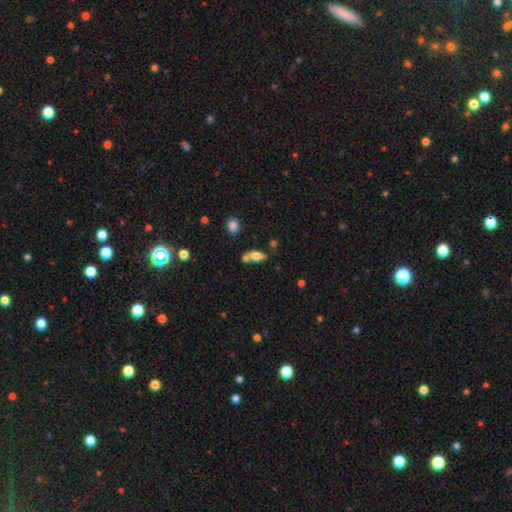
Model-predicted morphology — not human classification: A smooth galaxy with no disk features (73%) that is in between round and cigar-shaped (82%). Merging: none (50%).